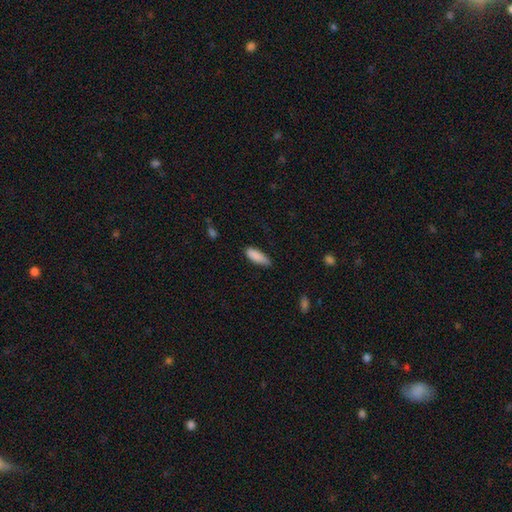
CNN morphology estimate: Smooth or featured? smooth (88%)
How rounded? in between (67%)
Merging? none (66%)